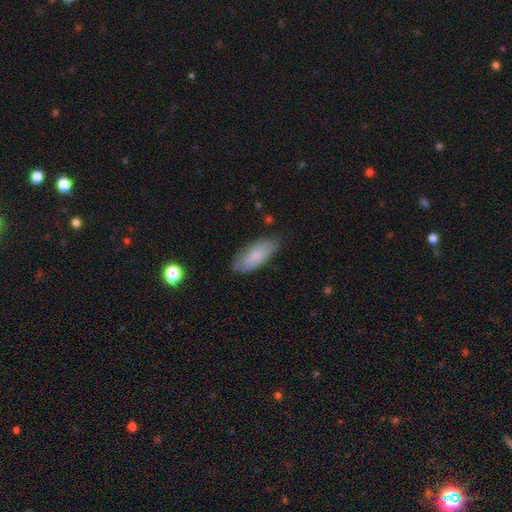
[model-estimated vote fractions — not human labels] The model was most divided on "merging": none: 75%, minor disturbance: 20%, major disturbance: 4%, merger: 2%. More confident: how rounded — in between (84%); smooth or featured — smooth (79%).